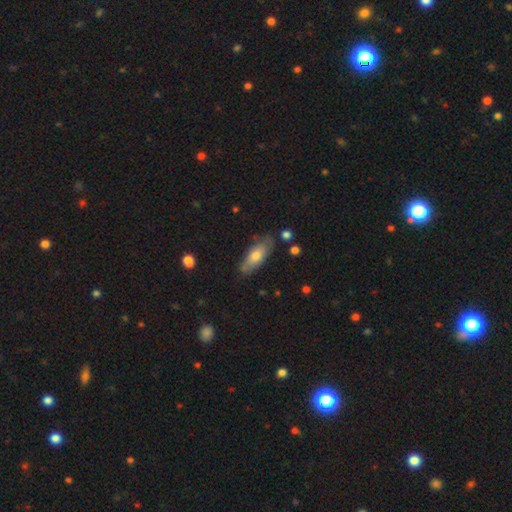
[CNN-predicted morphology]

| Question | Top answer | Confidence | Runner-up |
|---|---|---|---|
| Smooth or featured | smooth | 61% | featured or disk (33%) |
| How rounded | in between | 74% | cigar-shaped (23%) |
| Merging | none | 74% | minor disturbance (20%) |